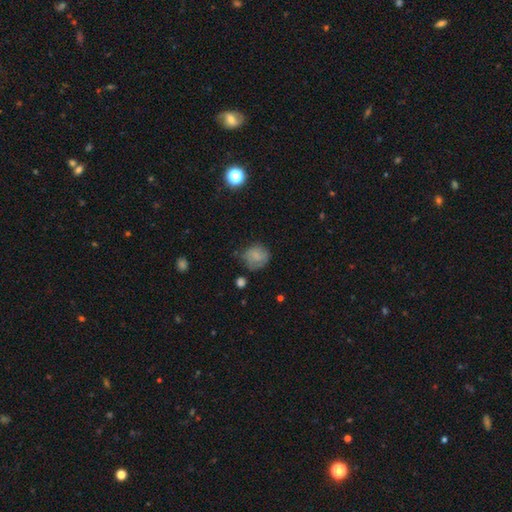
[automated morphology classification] type=smooth (70%); roundness=round (75%); merging=none (52%).